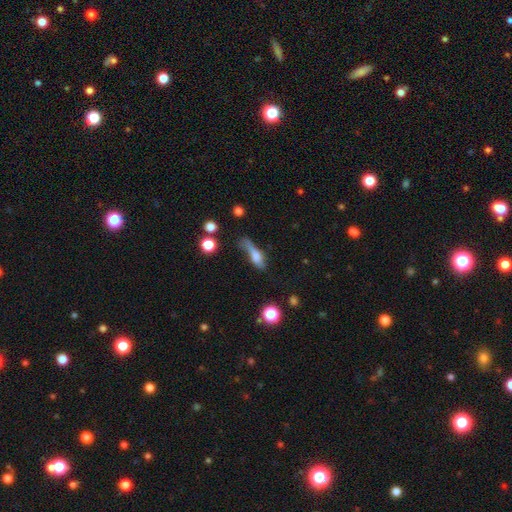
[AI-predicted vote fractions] Smooth or featured? Predicted: smooth (p=0.59). How rounded? Predicted: cigar-shaped (p=0.50). Merging? Predicted: major disturbance (p=0.33).